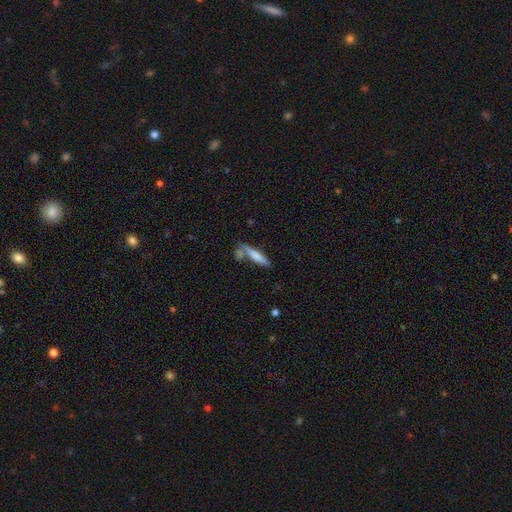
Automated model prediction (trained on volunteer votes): The model was most divided on "merging": none: 57%, merger: 24%, minor disturbance: 14%, major disturbance: 5%. More confident: how rounded — cigar-shaped (83%); smooth or featured — smooth (71%).